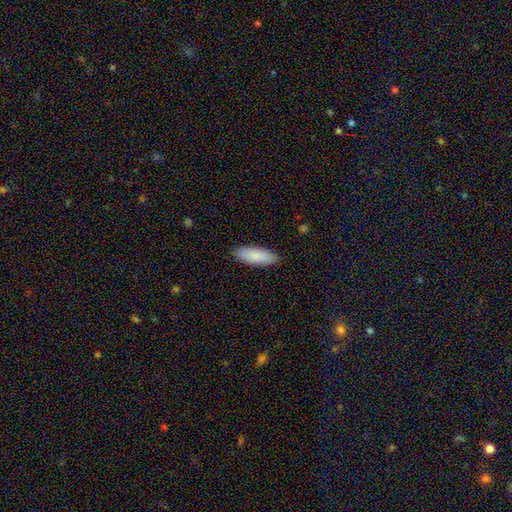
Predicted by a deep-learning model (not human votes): Smooth or featured? Predicted: smooth (p=0.87). How rounded? Predicted: in between (p=0.64). Merging? Predicted: none (p=0.88).